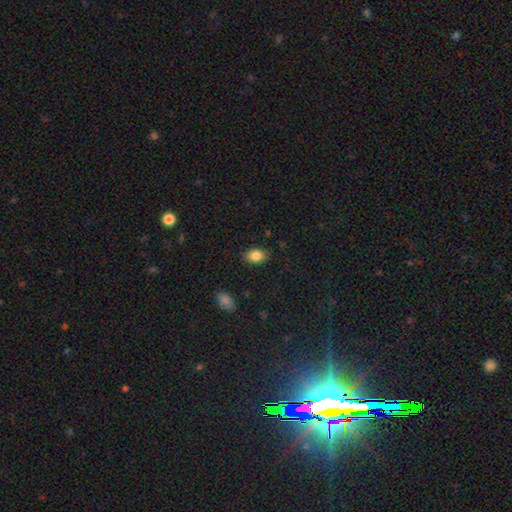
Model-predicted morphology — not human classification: smooth-or-featured: smooth: 85% | star or artifact: 9% | featured or disk: 6%
  how-rounded: in between: 80% | round: 18% | cigar-shaped: 1%
  merging: none: 85% | minor disturbance: 11% | major disturbance: 3% | merger: 1%